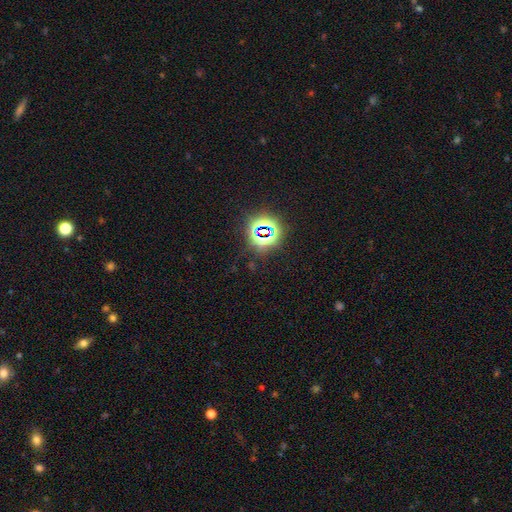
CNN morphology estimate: This is clearly a star or artifact rather than a galaxy (81%).